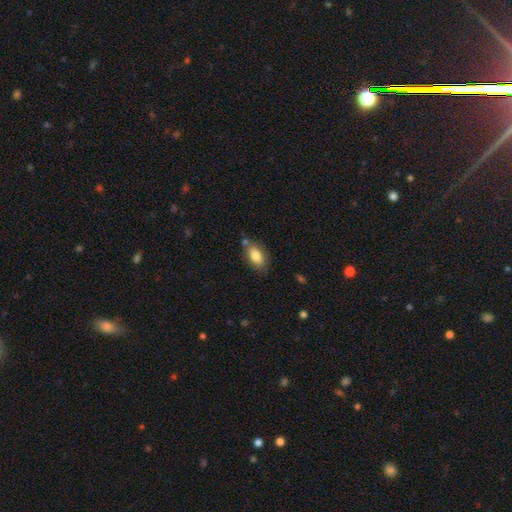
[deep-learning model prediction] smooth 82%, featured or disk 11%, star or artifact 7%. Down the decision tree: how rounded — in between (89%); merging — none (73%).